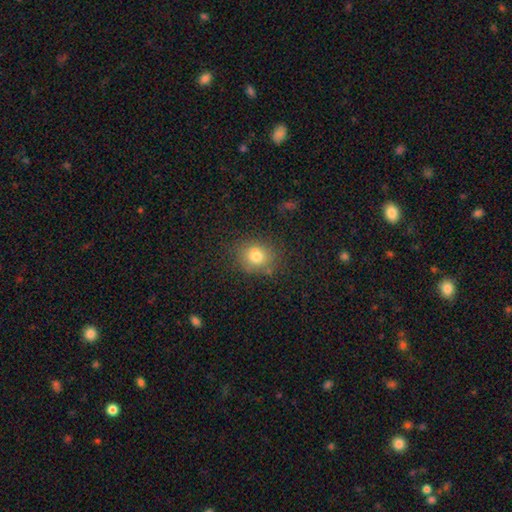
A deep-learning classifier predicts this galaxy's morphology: Q: Smooth or featured?
A: smooth (78%); runner-up: star or artifact (12%)
Q: How rounded?
A: round (67%); runner-up: in between (32%)
Q: Merging?
A: none (75%); runner-up: minor disturbance (16%)